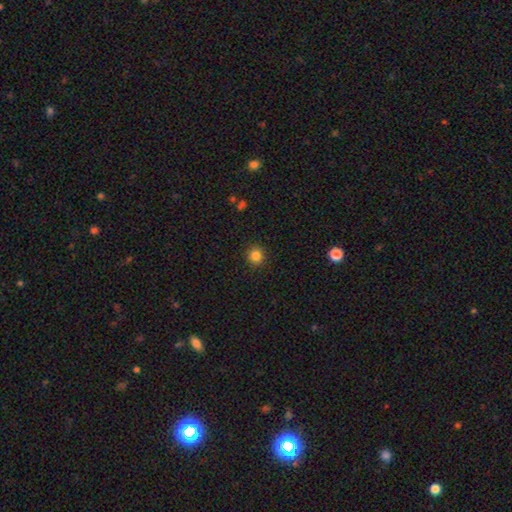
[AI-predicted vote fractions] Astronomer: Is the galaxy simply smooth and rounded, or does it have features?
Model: smooth — 84%.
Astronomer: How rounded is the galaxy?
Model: round — 92%.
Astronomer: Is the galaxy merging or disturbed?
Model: none — 91%.